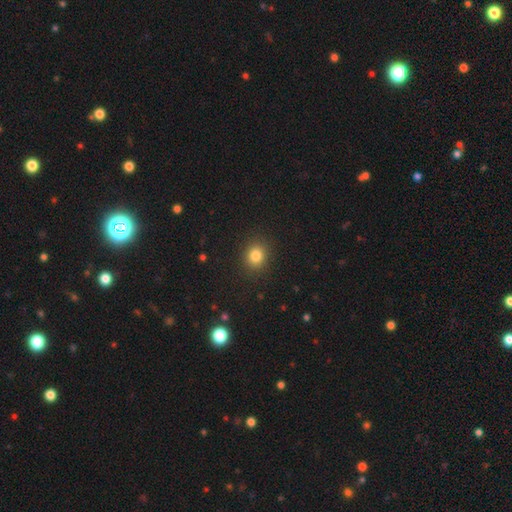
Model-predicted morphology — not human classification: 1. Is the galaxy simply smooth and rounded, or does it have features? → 82% smooth, 12% star or artifact, 6% featured or disk.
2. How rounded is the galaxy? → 72% round, 28% in between, 1% cigar-shaped.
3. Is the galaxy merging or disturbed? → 89% none, 7% minor disturbance, 3% major disturbance, 1% merger.